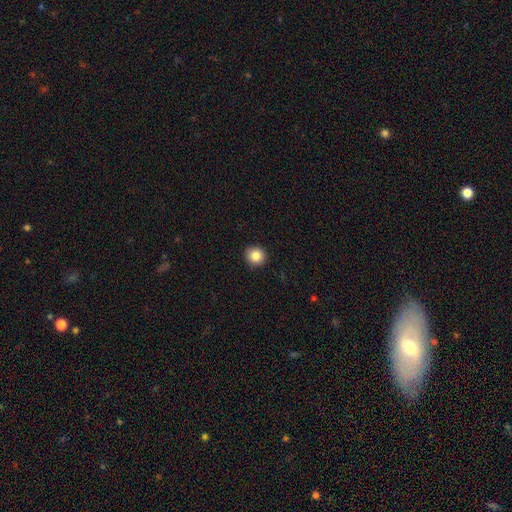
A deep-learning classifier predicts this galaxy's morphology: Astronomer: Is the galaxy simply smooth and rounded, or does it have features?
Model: smooth — 85%.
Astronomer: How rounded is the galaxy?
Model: round — 92%.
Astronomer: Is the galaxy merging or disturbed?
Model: none — 92%.